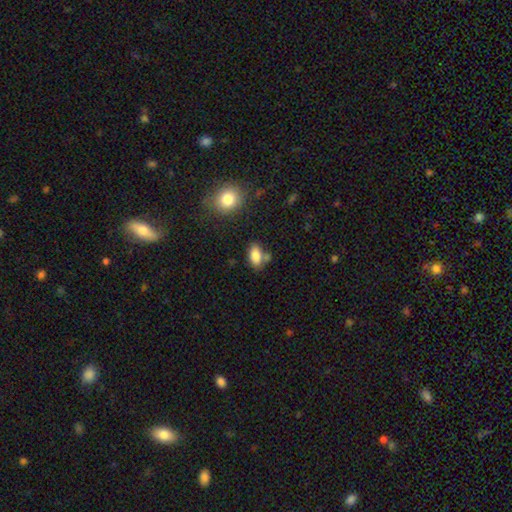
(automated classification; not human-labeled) smooth_or_featured: smooth (p=0.84) [alt: star or artifact p=0.09]
how_rounded: in between (p=0.89) [alt: round p=0.08]
merging: none (p=0.62) [alt: minor disturbance p=0.17]